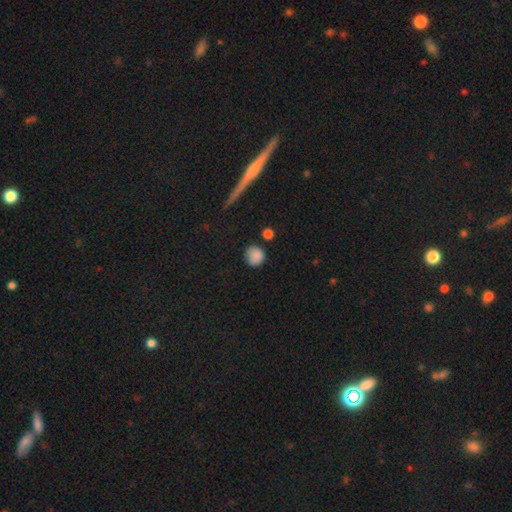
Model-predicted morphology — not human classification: The model was most divided on "merging": none: 78%, minor disturbance: 14%, merger: 4%, major disturbance: 4%. More confident: how rounded — round (91%); smooth or featured — smooth (86%).